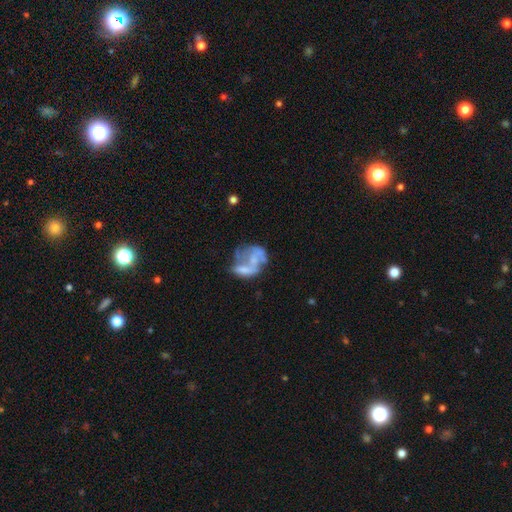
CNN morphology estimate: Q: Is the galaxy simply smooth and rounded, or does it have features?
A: featured or disk — 58%.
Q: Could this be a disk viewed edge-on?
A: no — 98%.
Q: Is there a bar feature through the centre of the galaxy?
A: no — 77%.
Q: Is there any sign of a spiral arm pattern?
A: no — 71%.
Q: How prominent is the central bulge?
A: none — 63%.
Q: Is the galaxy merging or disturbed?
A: major disturbance — 33%.